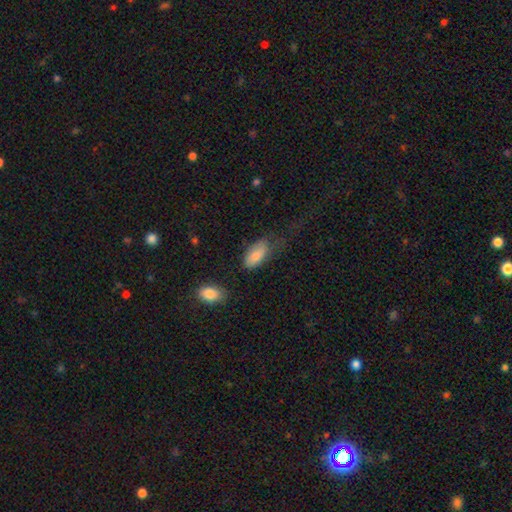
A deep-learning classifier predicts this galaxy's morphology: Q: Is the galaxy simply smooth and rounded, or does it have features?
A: smooth — 81%.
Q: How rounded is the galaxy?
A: in between — 91%.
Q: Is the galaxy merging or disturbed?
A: none — 46%.